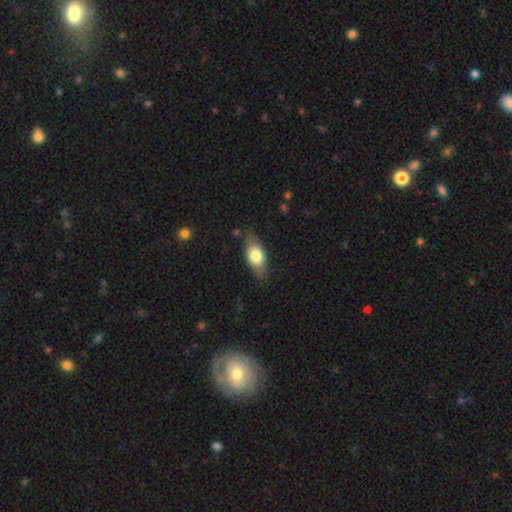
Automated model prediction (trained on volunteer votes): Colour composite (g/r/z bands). It shows a smooth galaxy with no disk features (70%) that is in between round and cigar-shaped (84%). Merging: none (75%).